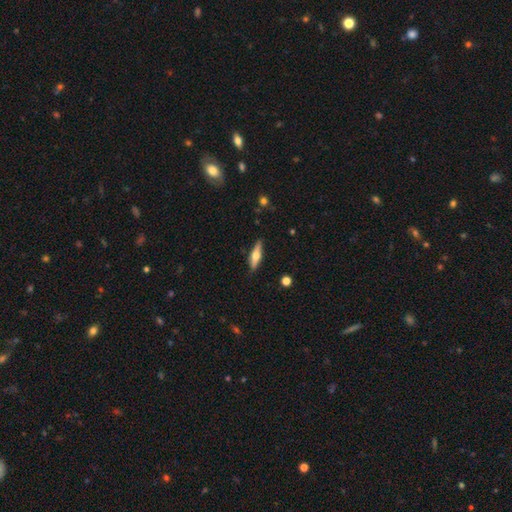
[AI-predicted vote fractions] smooth_or_featured: featured or disk (p=0.53) [alt: smooth p=0.41]
disk_edge_on: yes (p=0.94) [alt: no p=0.06]
merging: none (p=0.88) [alt: minor disturbance p=0.09]